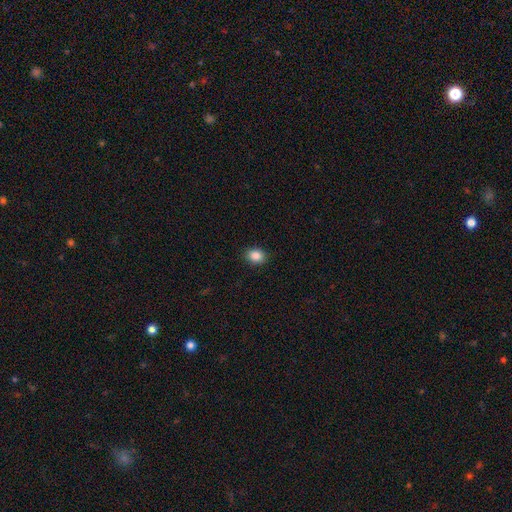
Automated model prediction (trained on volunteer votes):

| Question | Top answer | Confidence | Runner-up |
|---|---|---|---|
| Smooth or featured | smooth | 87% | star or artifact (9%) |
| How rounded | in between | 56% | round (43%) |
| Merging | none | 89% | minor disturbance (8%) |